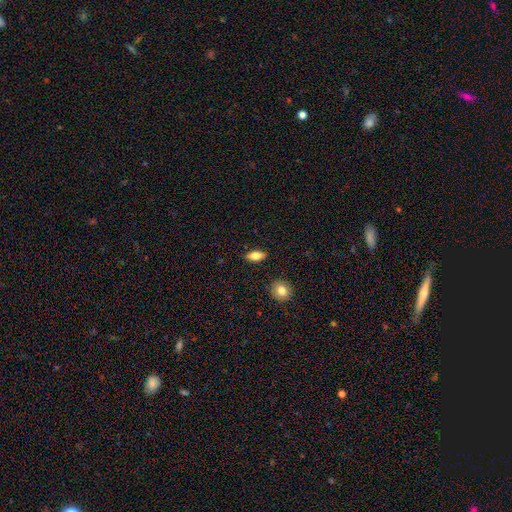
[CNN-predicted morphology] smooth 72%, featured or disk 21%, star or artifact 7%. Down the decision tree: how rounded — in between (82%); merging — none (88%).